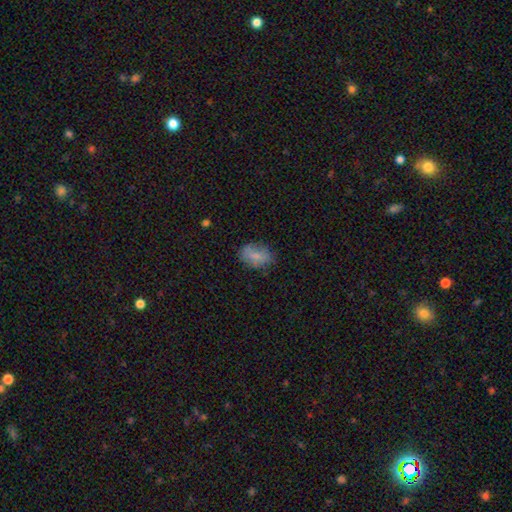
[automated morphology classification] A smooth galaxy with no disk features (75%) that is in between round and cigar-shaped (82%). Merging: none (69%).